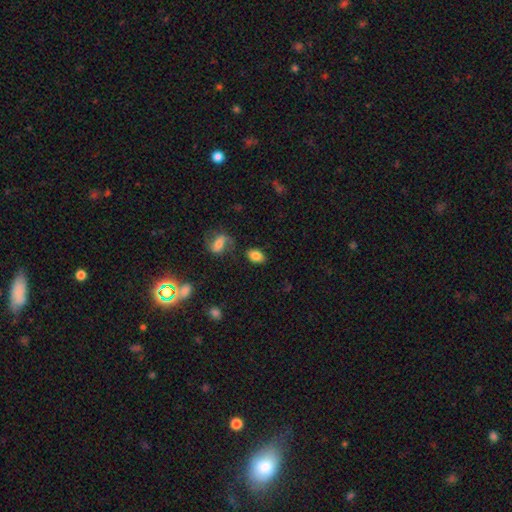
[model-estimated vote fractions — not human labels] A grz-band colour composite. It shows a smooth galaxy with no disk features (82%) that is in between round and cigar-shaped (87%). Merging: none (78%).